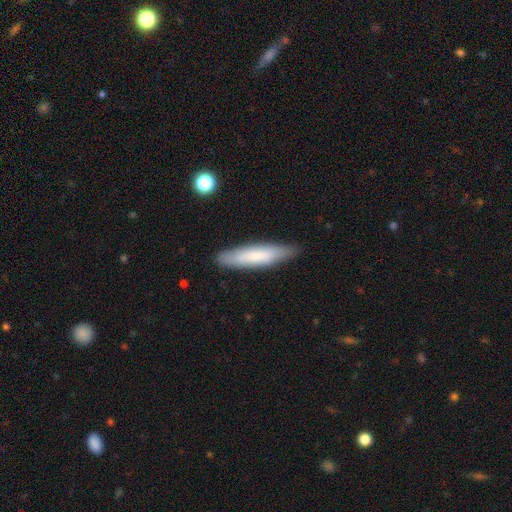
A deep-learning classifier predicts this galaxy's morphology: smooth-or-featured: smooth: 74% | featured or disk: 20% | star or artifact: 6%
  how-rounded: cigar-shaped: 81% | in between: 18% | round: 1%
  merging: none: 86% | minor disturbance: 11% | major disturbance: 2% | merger: 1%